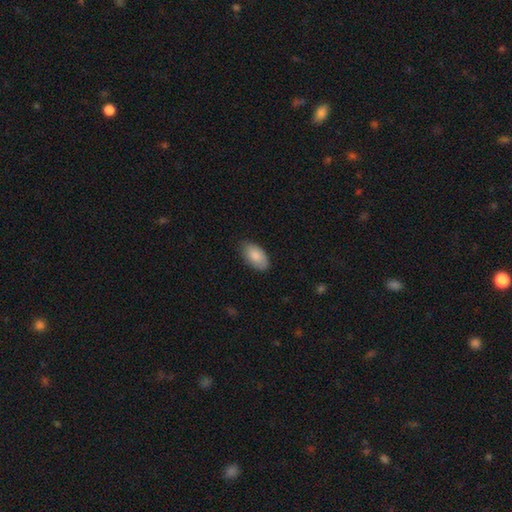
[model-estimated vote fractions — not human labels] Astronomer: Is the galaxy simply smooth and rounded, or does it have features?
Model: smooth — 84%.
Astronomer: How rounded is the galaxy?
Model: in between — 95%.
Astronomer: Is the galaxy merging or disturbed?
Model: none — 76%.